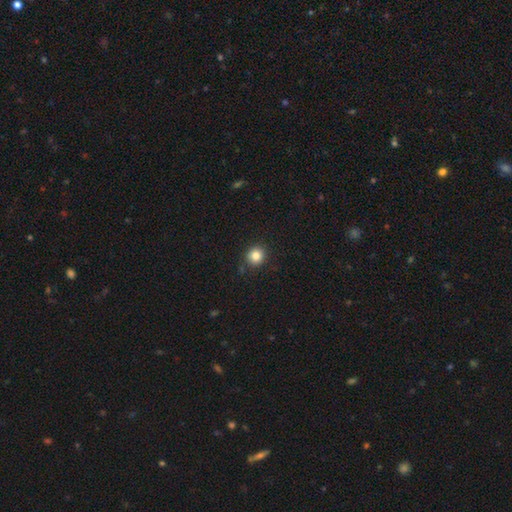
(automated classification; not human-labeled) smooth 84%, star or artifact 11%, featured or disk 5%. Down the decision tree: how rounded — round (89%); merging — none (89%).